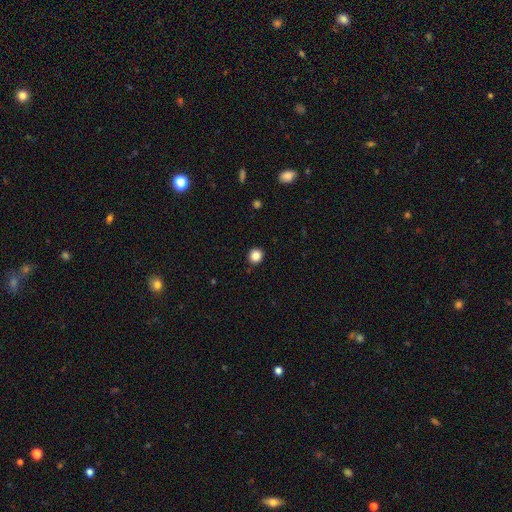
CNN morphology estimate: smooth_or_featured: smooth (p=0.86) [alt: star or artifact p=0.11]
how_rounded: round (p=0.88) [alt: in between p=0.11]
merging: none (p=0.92) [alt: minor disturbance p=0.05]